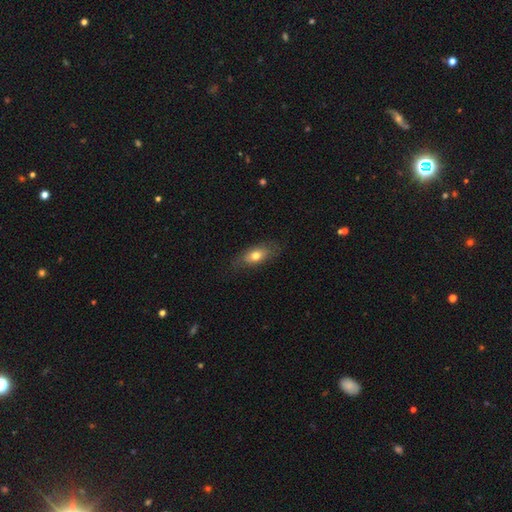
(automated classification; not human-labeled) This appears to be a smooth galaxy with no disk features (70%) that is in between round and cigar-shaped (81%). Merging: none (76%).